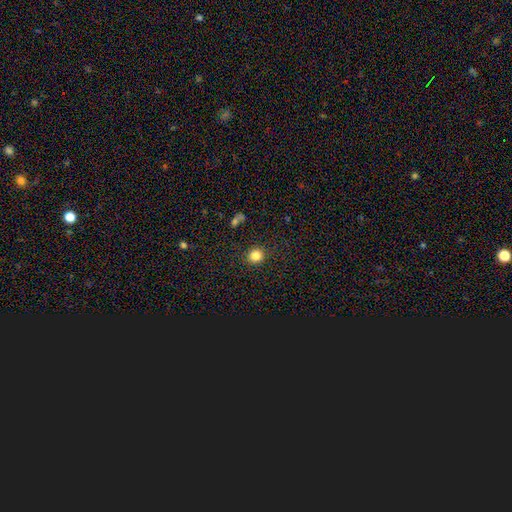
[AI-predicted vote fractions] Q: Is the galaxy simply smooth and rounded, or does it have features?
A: smooth — 82%.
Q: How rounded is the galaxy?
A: round — 90%.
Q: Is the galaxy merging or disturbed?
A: none — 89%.